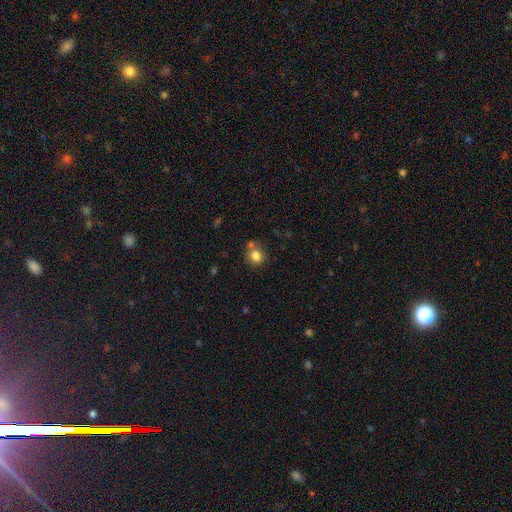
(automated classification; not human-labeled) Smooth or featured? smooth (82%)
How rounded? round (78%)
Merging? none (66%)